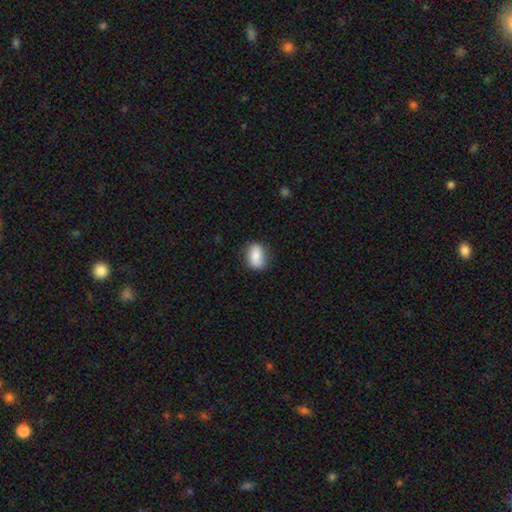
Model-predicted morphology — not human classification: Smooth or featured? smooth (76%)
How rounded? in between (81%)
Merging? none (77%)